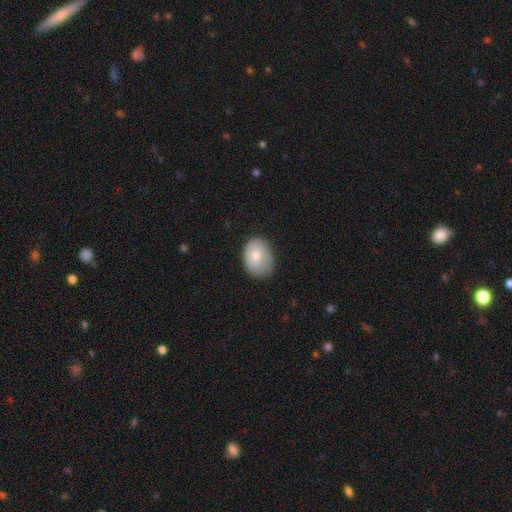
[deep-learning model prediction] The model was most divided on "merging": none: 66%, minor disturbance: 26%, major disturbance: 6%, merger: 1%. More confident: how rounded — in between (74%); smooth or featured — smooth (72%).